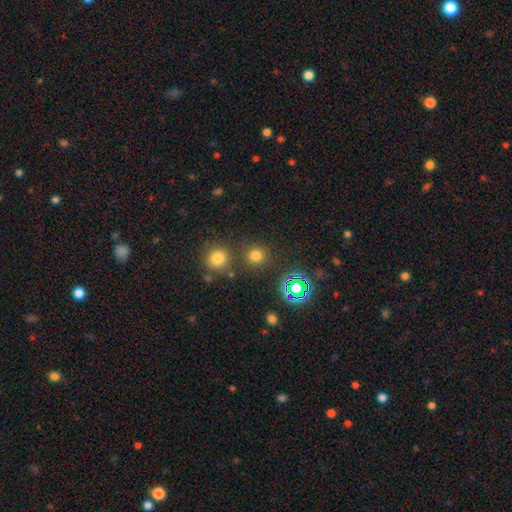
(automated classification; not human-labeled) Smooth or featured: smooth — 71% (star or artifact — 24%)
How rounded: round — 91% (in between — 8%)
Merging: none — 80% (merger — 9%)